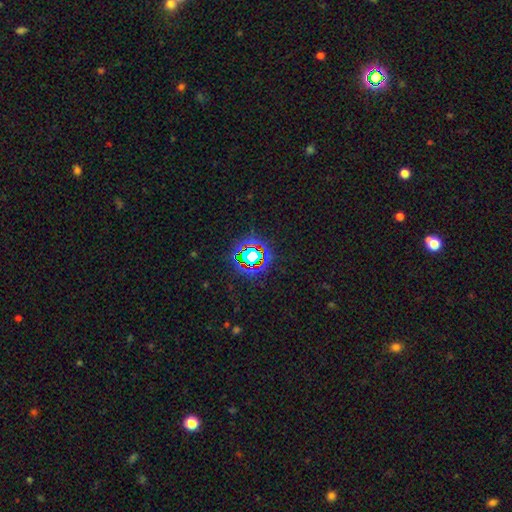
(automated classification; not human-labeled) Morphology: type=star or artifact (71%).